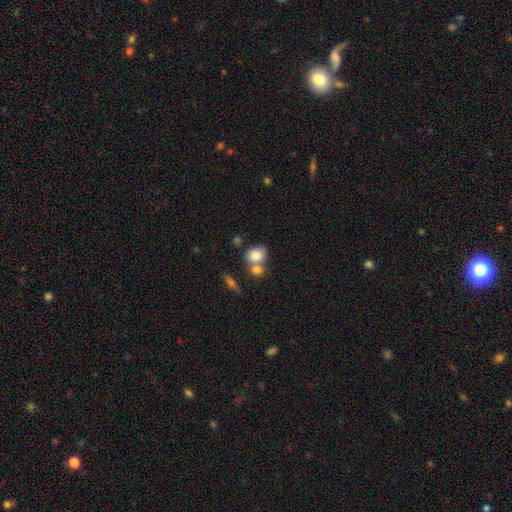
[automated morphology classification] A smooth galaxy with no disk features (82%) that is round (58%). Merging: none (42%).